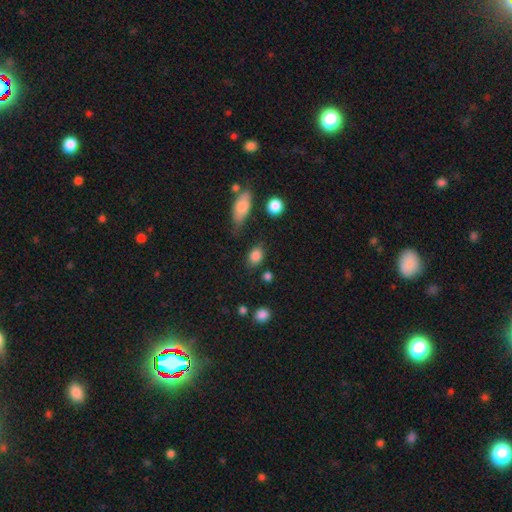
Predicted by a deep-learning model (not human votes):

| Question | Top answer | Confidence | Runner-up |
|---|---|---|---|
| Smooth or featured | smooth | 85% | star or artifact (9%) |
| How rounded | in between | 71% | round (26%) |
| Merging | none | 74% | minor disturbance (17%) |